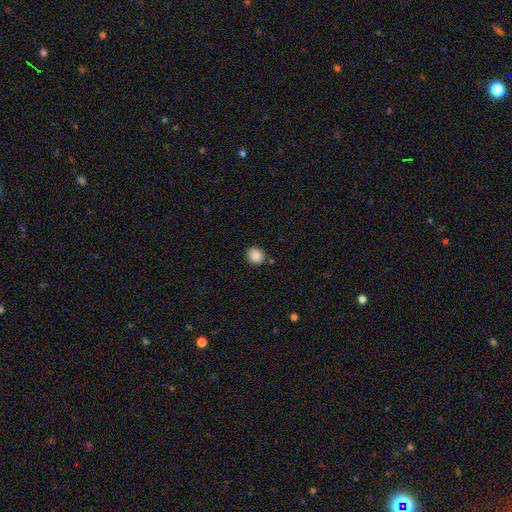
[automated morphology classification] This is clearly a smooth galaxy (87%). How rounded: likely round (69%). Merging: clearly none (82%).